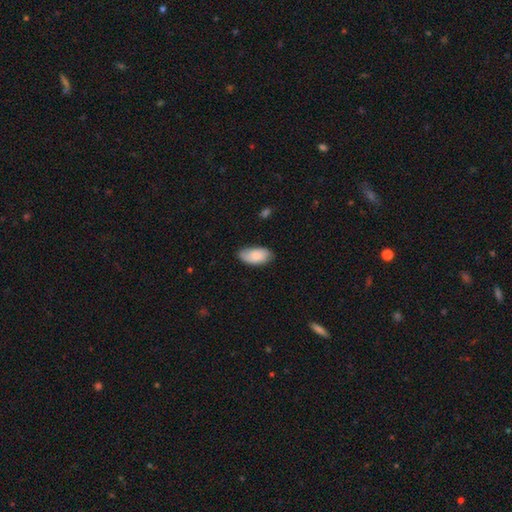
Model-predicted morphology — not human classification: Smooth or featured: smooth — 82% (featured or disk — 12%)
How rounded: in between — 95% (cigar-shaped — 3%)
Merging: none — 75% (minor disturbance — 20%)